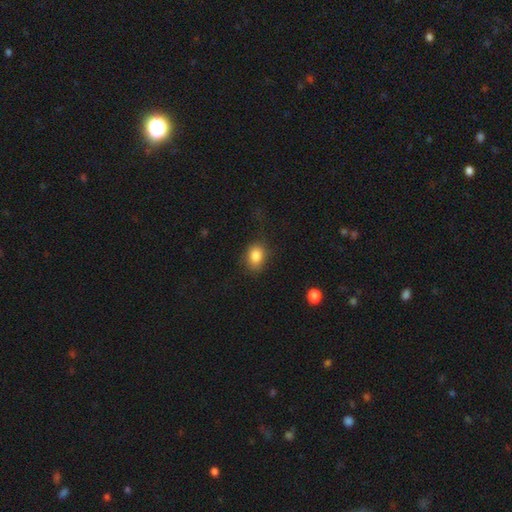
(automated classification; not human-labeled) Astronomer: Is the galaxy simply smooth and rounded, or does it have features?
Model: smooth — 85%.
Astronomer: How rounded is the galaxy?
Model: in between — 62%.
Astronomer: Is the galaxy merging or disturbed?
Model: none — 70%.